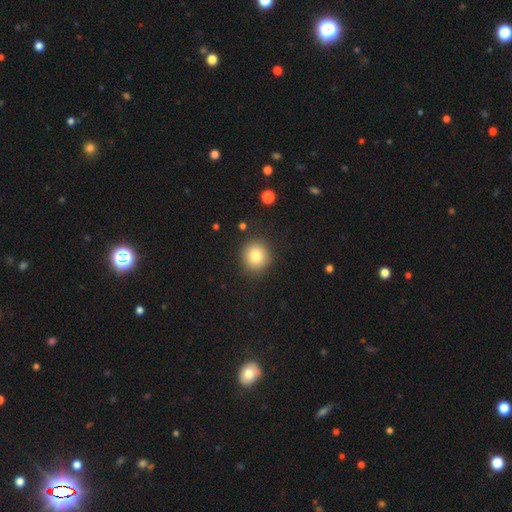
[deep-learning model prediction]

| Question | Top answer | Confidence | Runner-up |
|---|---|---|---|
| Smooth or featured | smooth | 82% | star or artifact (10%) |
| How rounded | round | 86% | in between (13%) |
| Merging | none | 88% | minor disturbance (8%) |